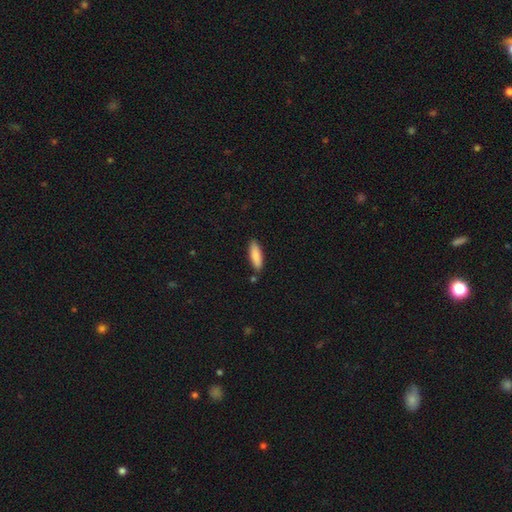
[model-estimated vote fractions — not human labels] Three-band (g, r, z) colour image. It shows a smooth galaxy with no disk features (87%) that is cigar-shaped (51%). Merging: none (84%).